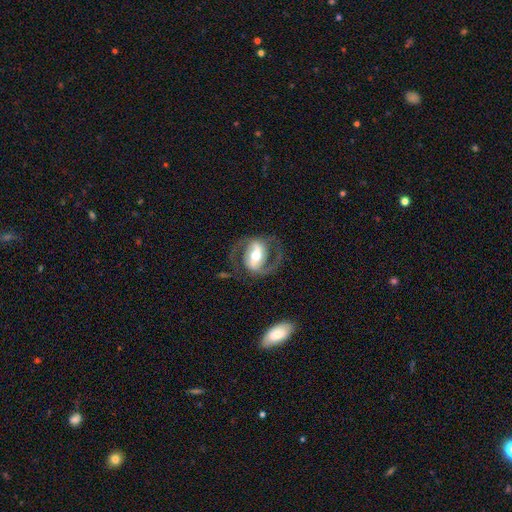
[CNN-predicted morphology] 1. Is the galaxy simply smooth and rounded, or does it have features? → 87% featured or disk, 8% smooth, 5% star or artifact.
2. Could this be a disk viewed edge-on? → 96% no, 4% yes.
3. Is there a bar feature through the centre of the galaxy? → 56% strong, 30% weak, 14% no.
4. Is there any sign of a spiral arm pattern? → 93% yes, 7% no.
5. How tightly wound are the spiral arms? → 57% medium, 25% loose, 18% tight.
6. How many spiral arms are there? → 91% 2, 3% 1, 3% can't tell, 1% 3, 1% 4, 1% more than 4.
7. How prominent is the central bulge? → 67% moderate, 17% small, 14% large, 2% dominant, 1% none.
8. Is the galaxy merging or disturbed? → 74% none, 13% minor disturbance, 12% major disturbance, 2% merger.